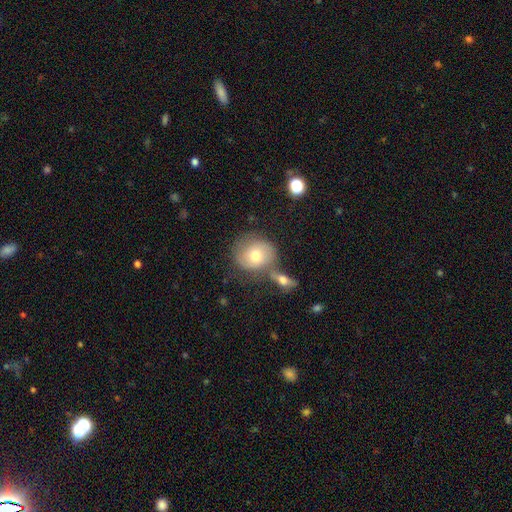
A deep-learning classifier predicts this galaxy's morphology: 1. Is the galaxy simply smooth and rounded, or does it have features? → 55% smooth, 36% featured or disk, 8% star or artifact.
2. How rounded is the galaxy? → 76% round, 23% in between, 1% cigar-shaped.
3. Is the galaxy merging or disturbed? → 50% none, 27% merger, 16% minor disturbance, 8% major disturbance.